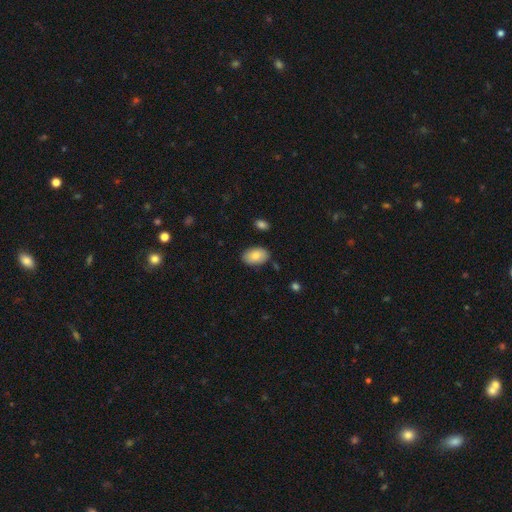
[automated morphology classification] Q: Smooth or featured?
A: smooth (83%); runner-up: featured or disk (10%)
Q: How rounded?
A: in between (92%); runner-up: round (7%)
Q: Merging?
A: none (85%); runner-up: minor disturbance (11%)